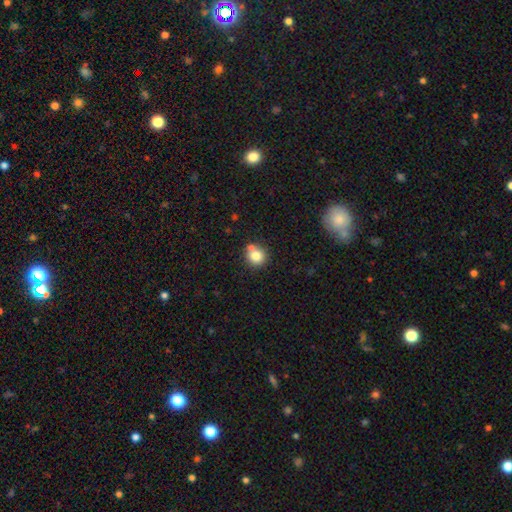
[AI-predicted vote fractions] Smooth or featured? Predicted: smooth (p=0.79). How rounded? Predicted: round (p=0.89). Merging? Predicted: none (p=0.65).